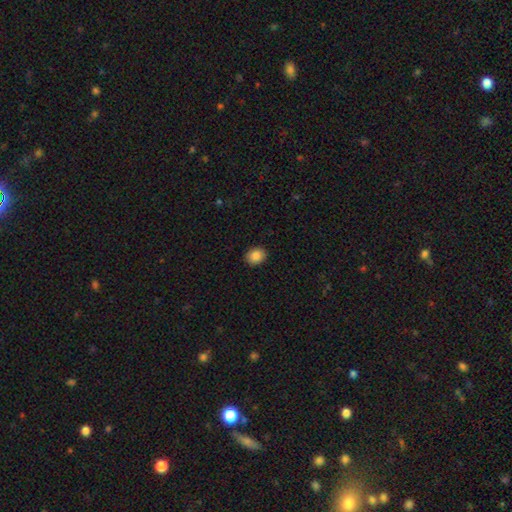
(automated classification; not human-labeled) A smooth galaxy with no disk features (87%) that is in between round and cigar-shaped (50%).

Vote fractions:
- Smooth or featured? smooth: 87% / star or artifact: 9% / featured or disk: 4%
- How rounded? in between: 50% / round: 49% / cigar-shaped: 1%
- Merging? none: 90% / minor disturbance: 7% / major disturbance: 2% / merger: 1%